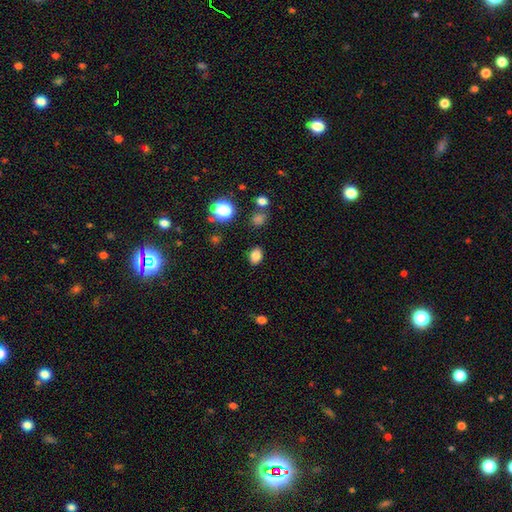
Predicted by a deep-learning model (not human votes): This is clearly a smooth galaxy (82%). How rounded: likely in between (70%). Merging: clearly none (85%).